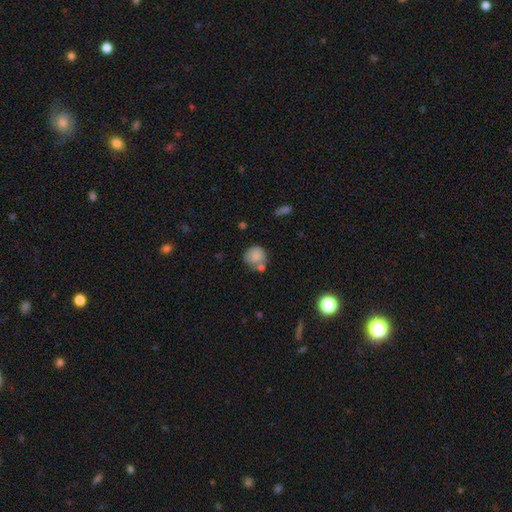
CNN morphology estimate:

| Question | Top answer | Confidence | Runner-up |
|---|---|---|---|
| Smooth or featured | smooth | 81% | featured or disk (11%) |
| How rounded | round | 86% | in between (13%) |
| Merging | none | 54% | merger (22%) |